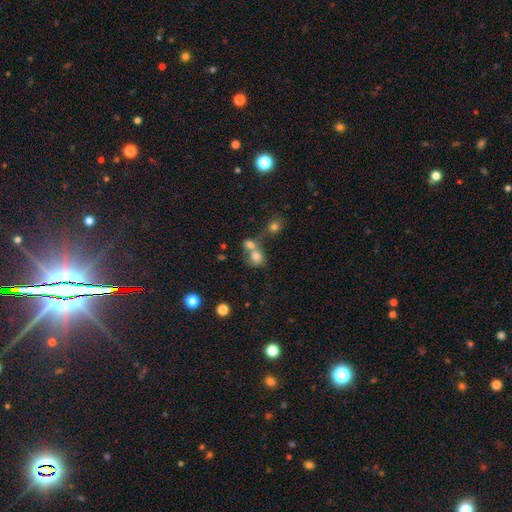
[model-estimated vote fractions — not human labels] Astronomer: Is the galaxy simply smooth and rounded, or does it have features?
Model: smooth — 73%.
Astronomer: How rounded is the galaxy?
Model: round — 53% (runner-up: in between, 46%).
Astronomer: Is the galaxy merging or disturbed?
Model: merger — 60%.